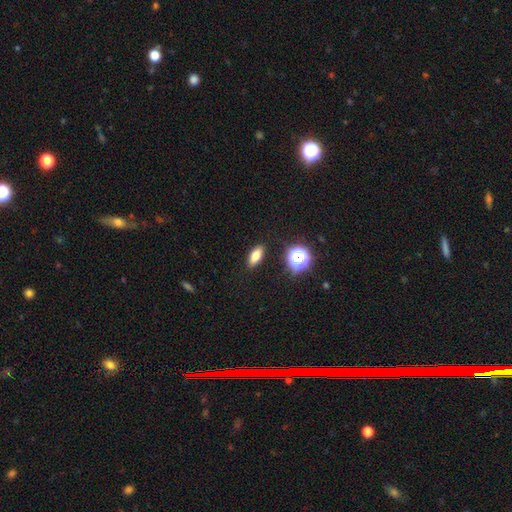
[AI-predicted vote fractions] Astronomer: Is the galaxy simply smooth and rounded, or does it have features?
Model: smooth — 72%.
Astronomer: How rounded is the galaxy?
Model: in between — 73%.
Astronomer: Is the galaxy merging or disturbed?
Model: none — 88%.